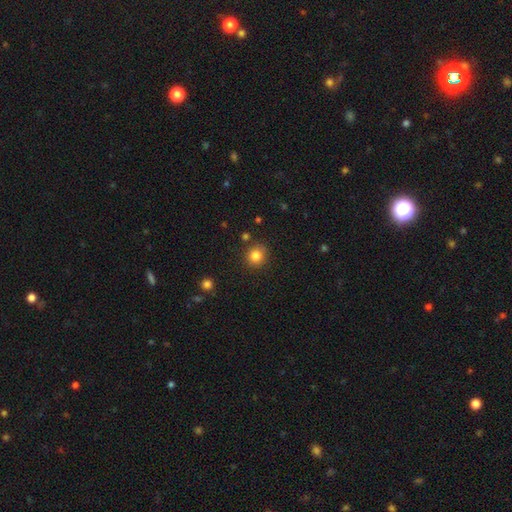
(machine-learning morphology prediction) smooth 83%, star or artifact 12%, featured or disk 5%. Down the decision tree: how rounded — round (88%); merging — none (87%).